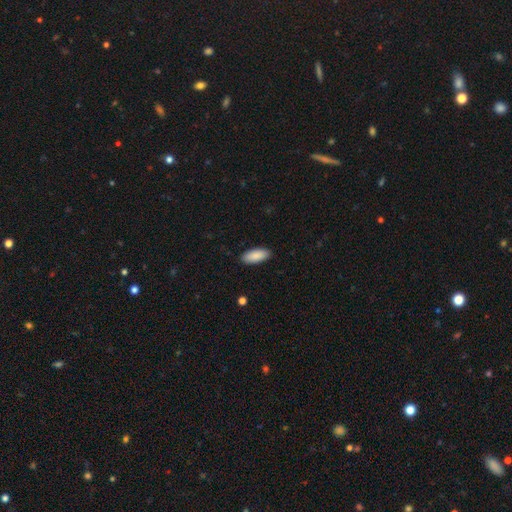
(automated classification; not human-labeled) A smooth galaxy with no disk features (90%) that is in between round and cigar-shaped (85%).

Vote fractions:
- Smooth or featured? smooth: 90% / star or artifact: 6% / featured or disk: 4%
- How rounded? in between: 85% / cigar-shaped: 13% / round: 2%
- Merging? none: 90% / minor disturbance: 8% / major disturbance: 2% / merger: 1%